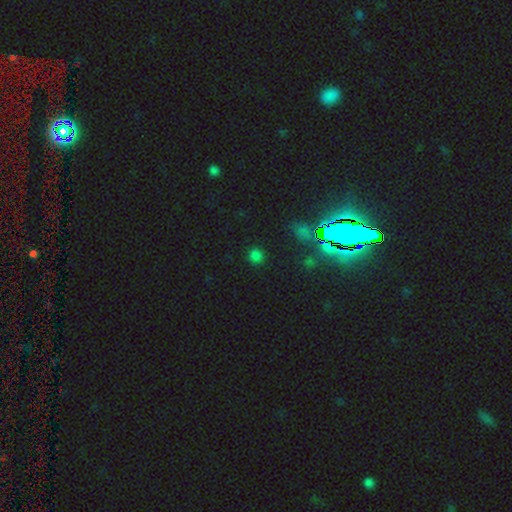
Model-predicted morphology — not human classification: smooth 67%, star or artifact 29%, featured or disk 4%. Down the decision tree: how rounded — round (88%); merging — none (89%).